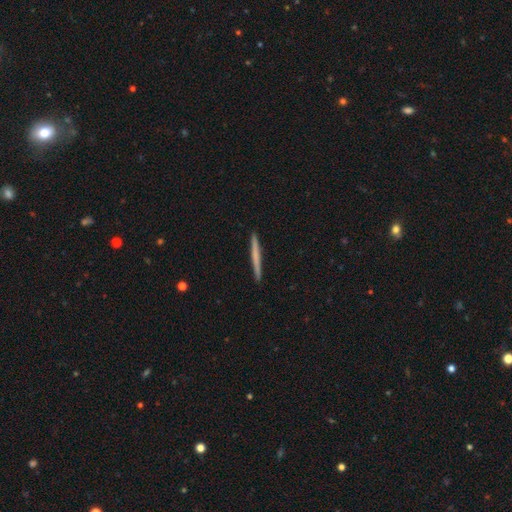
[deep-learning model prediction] A smooth galaxy with no disk features (57%) that is cigar-shaped (97%). Merging: none (93%).